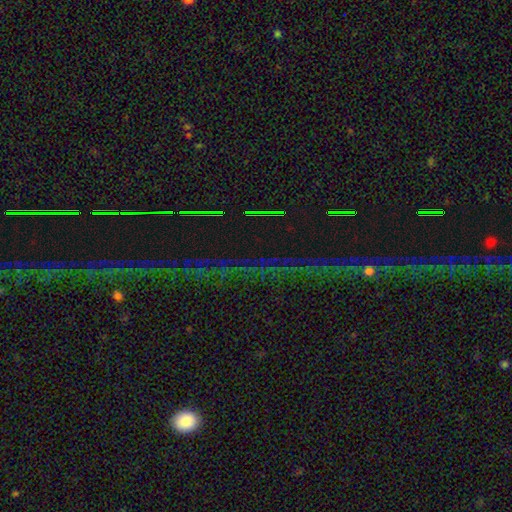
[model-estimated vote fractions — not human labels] This appears to be a star or artifact, not a galaxy (82%).